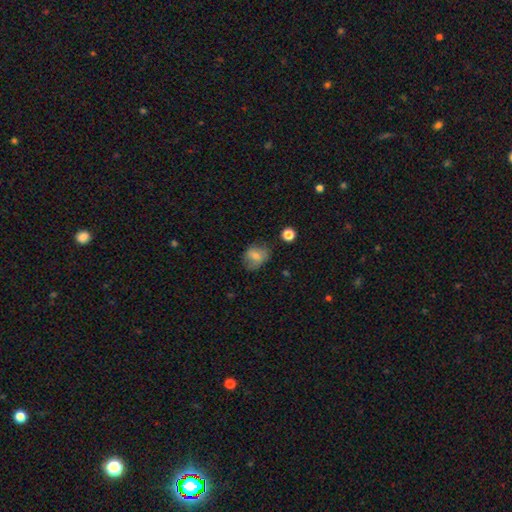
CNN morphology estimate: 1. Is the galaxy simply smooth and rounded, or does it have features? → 69% smooth, 21% featured or disk, 10% star or artifact.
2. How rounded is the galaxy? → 53% in between, 46% round, 1% cigar-shaped.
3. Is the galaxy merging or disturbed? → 60% none, 27% minor disturbance, 11% major disturbance, 2% merger.